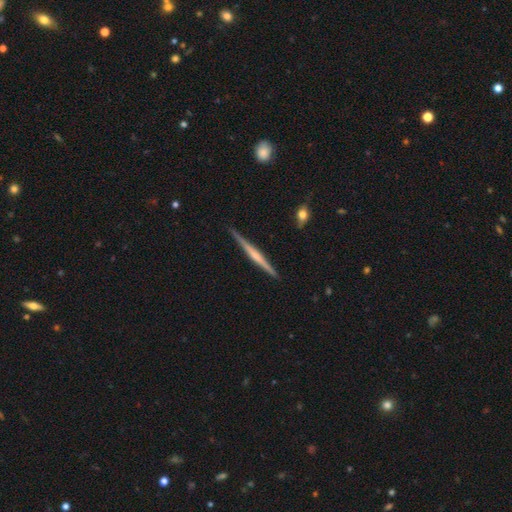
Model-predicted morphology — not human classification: Q: Smooth or featured?
A: featured or disk (70%); runner-up: smooth (24%)
Q: Edge-on disk?
A: yes (98%); runner-up: no (2%)
Q: Edge-on bulge?
A: rounded (46%); runner-up: none (37%)
Q: Merging?
A: none (90%); runner-up: minor disturbance (8%)